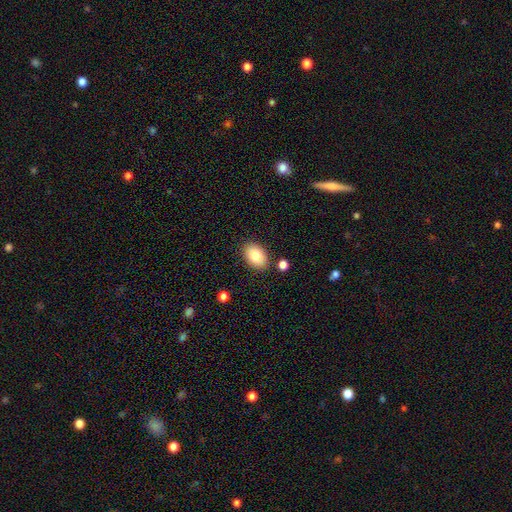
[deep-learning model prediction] Morphology: type=smooth (83%); roundness=in between (88%); merging=none (85%).